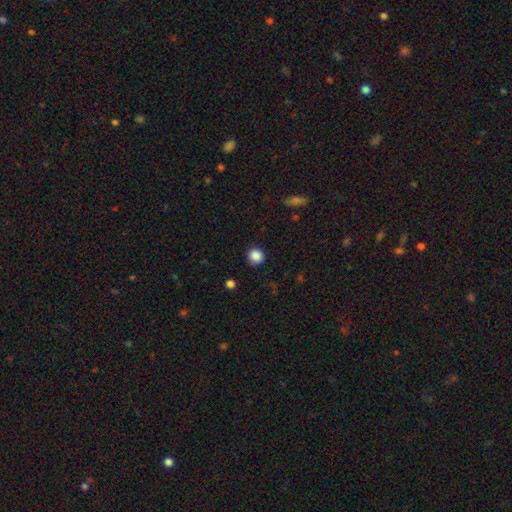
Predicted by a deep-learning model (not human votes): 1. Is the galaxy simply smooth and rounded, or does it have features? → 87% smooth, 10% star or artifact, 3% featured or disk.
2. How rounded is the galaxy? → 92% round, 7% in between, 1% cigar-shaped.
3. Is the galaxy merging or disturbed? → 90% none, 7% minor disturbance, 2% major disturbance, 1% merger.